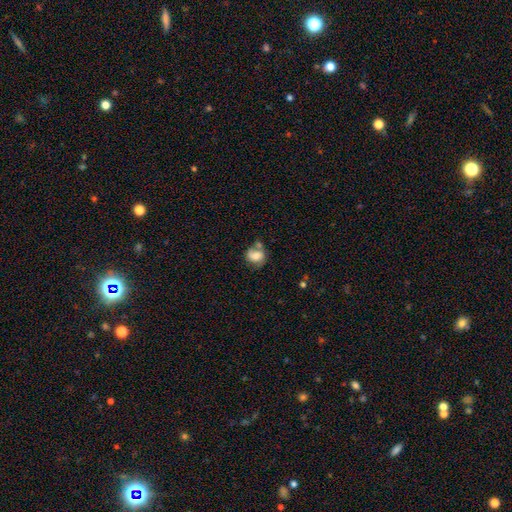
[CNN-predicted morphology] The model was most divided on "merging": none: 39%, merger: 28%, minor disturbance: 22%, major disturbance: 11%. More confident: smooth or featured — smooth (62%); how rounded — round (55%).